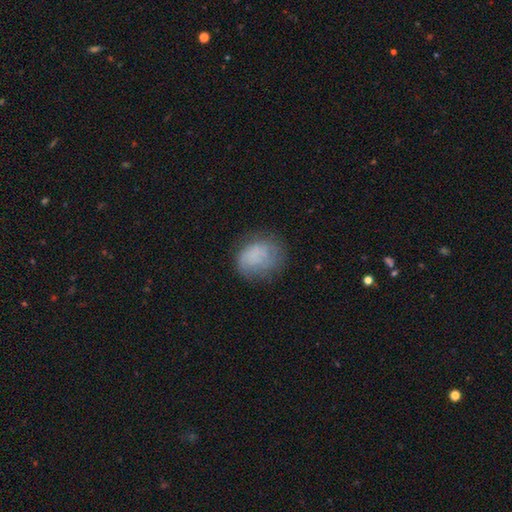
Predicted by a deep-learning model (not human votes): smooth 60%, featured or disk 29%, star or artifact 11%. Down the decision tree: how rounded — round (58%); merging — none (59%).